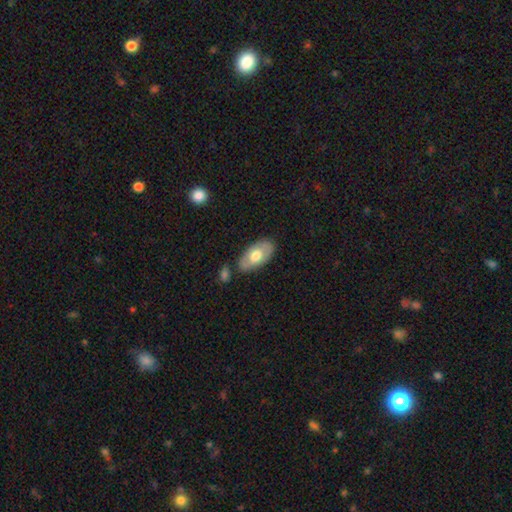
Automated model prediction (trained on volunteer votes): Smooth or featured: smooth — 58% (featured or disk — 37%)
How rounded: in between — 93% (round — 4%)
Merging: none — 75% (minor disturbance — 16%)